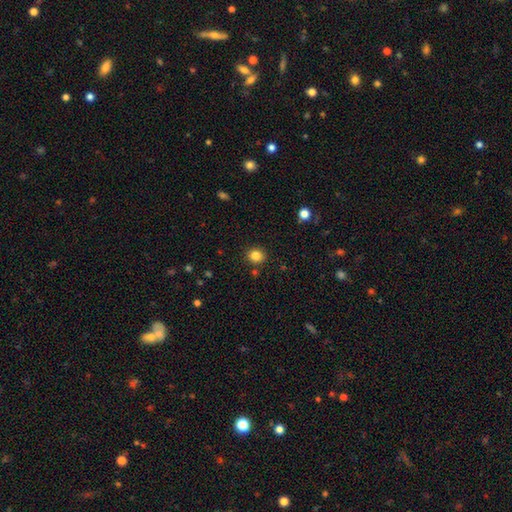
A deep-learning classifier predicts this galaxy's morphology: Smooth or featured?
  - smooth: 84% *
  - star or artifact: 12%
  - featured or disk: 5%
How rounded?
  - round: 81% *
  - in between: 19%
  - cigar-shaped: 1%
Merging?
  - none: 88% *
  - minor disturbance: 7%
  - merger: 3%
  - major disturbance: 2%